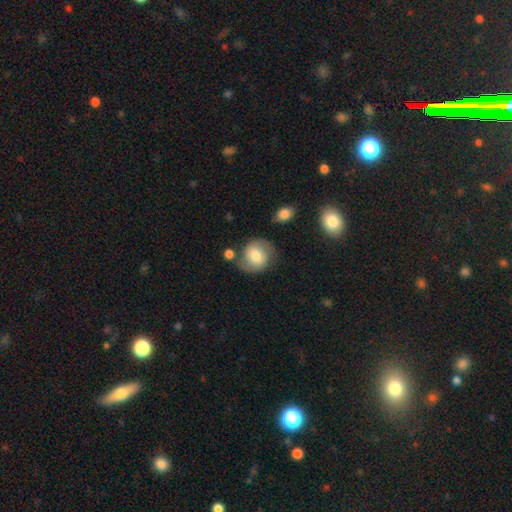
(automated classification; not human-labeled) Morphology: type=smooth (57%); roundness=round (76%); merging=none (67%).